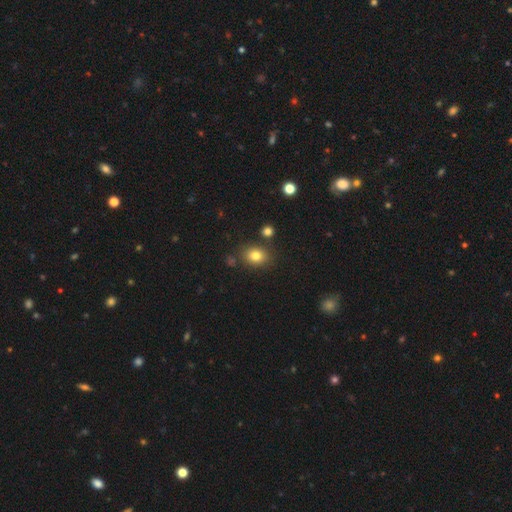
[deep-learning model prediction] smooth 80%, star or artifact 12%, featured or disk 8%. Down the decision tree: how rounded — round (54%); merging — none (80%).